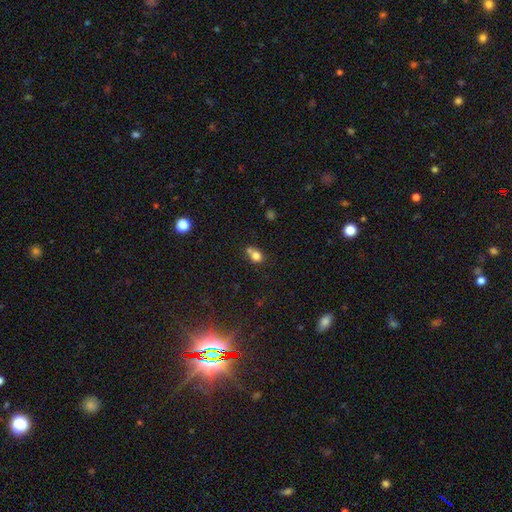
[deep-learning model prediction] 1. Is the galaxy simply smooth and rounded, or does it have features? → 76% smooth, 12% star or artifact, 12% featured or disk.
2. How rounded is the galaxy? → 64% round, 34% in between, 1% cigar-shaped.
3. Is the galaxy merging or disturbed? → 41% merger, 40% none, 14% minor disturbance, 5% major disturbance.